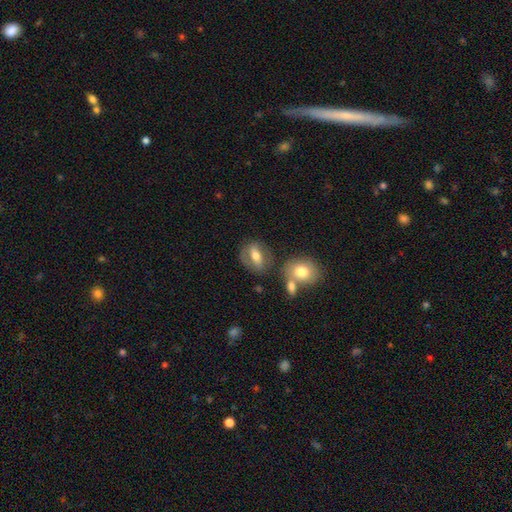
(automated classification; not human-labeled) Smooth or featured? smooth (53%)
How rounded? in between (67%)
Merging? none (65%)